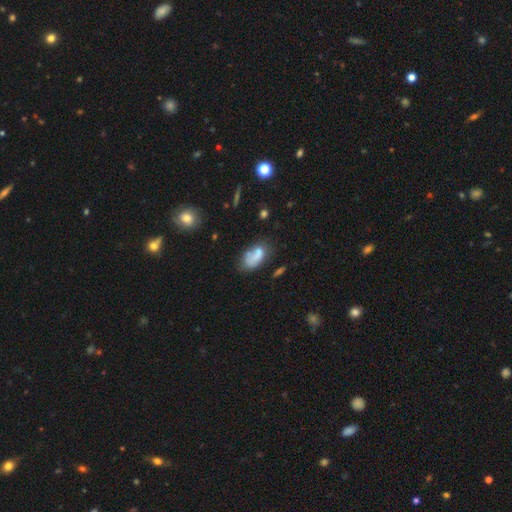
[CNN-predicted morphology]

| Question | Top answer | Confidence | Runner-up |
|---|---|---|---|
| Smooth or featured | smooth | 71% | featured or disk (20%) |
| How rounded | in between | 90% | round (7%) |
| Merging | none | 41% | minor disturbance (27%) |